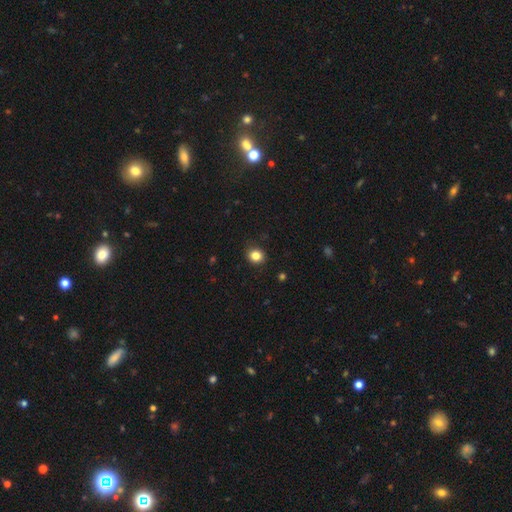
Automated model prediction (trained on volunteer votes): Smooth or featured? smooth (84%)
How rounded? round (74%)
Merging? none (88%)